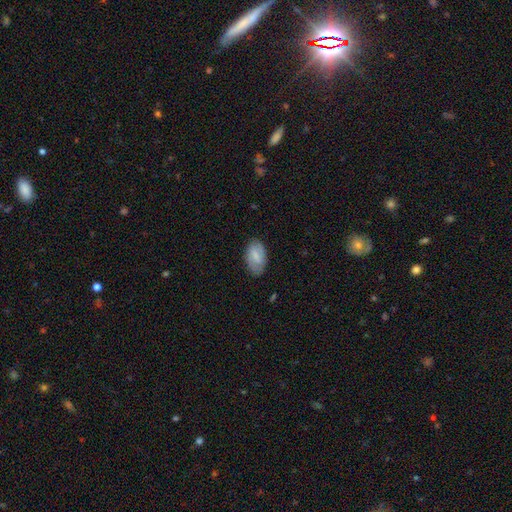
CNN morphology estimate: smooth 61%, featured or disk 32%, star or artifact 7%. Down the decision tree: how rounded — in between (93%); merging — none (81%).